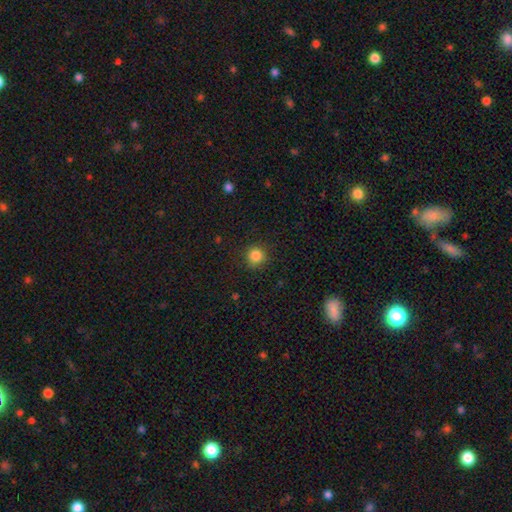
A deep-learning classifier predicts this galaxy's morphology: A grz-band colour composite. It shows a smooth galaxy with no disk features (85%) that is round (92%). Merging: none (87%).